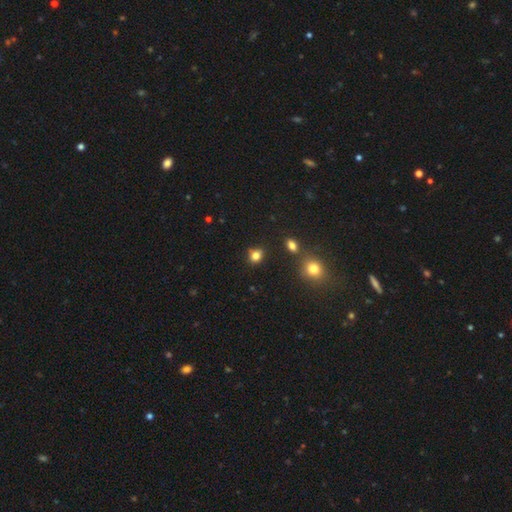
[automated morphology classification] This is clearly a smooth galaxy (81%). How rounded: likely round (63%). Merging: likely none (76%).